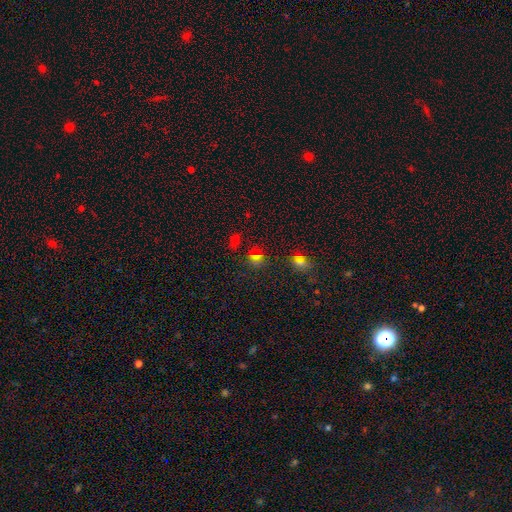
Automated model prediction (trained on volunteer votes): A smooth galaxy with no disk features (55%) that is round (71%). Merging: none (78%).